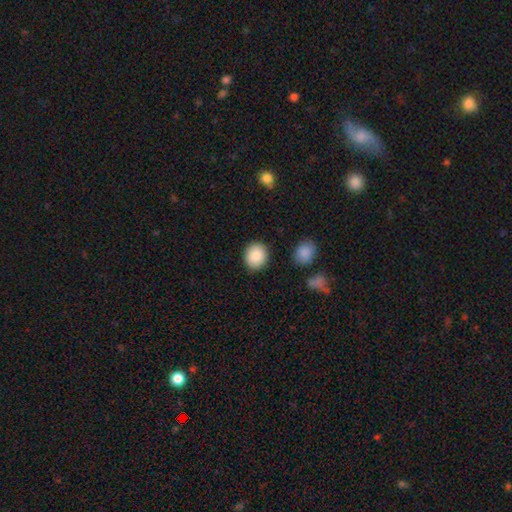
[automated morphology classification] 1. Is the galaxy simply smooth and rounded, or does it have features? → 87% smooth, 7% star or artifact, 5% featured or disk.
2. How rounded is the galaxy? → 74% round, 25% in between, 1% cigar-shaped.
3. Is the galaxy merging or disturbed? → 88% none, 7% minor disturbance, 2% major disturbance, 2% merger.